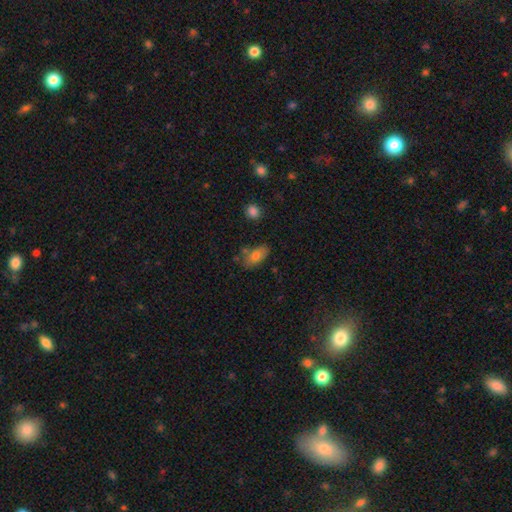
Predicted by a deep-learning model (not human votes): This is likely a smooth galaxy (78%). How rounded: clearly in between (89%). Merging: likely none (63%).